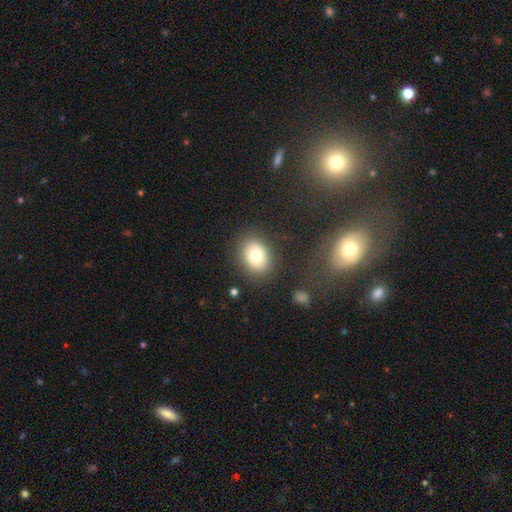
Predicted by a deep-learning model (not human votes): smooth-or-featured: smooth: 76% | featured or disk: 14% | star or artifact: 10%
  how-rounded: in between: 65% | round: 34% | cigar-shaped: 1%
  merging: none: 84% | minor disturbance: 10% | major disturbance: 4% | merger: 2%